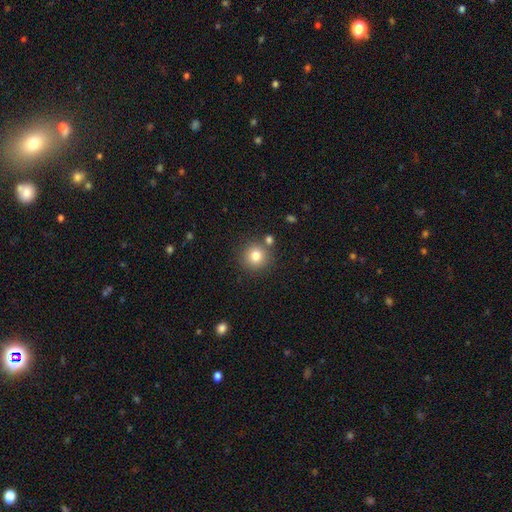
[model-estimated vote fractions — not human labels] A smooth galaxy with no disk features (80%) that is round (93%). Merging: none (80%).